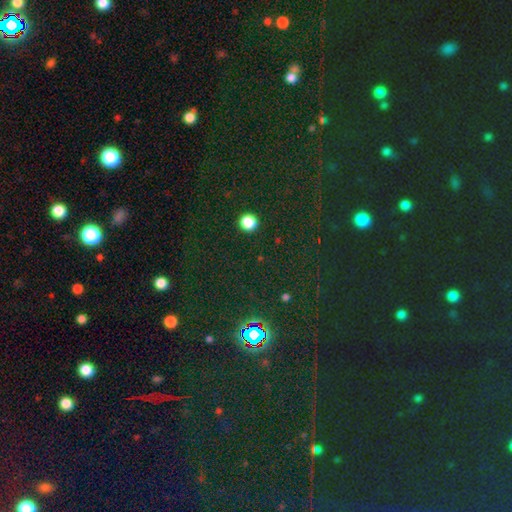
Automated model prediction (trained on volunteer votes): A star or artifact, not a galaxy (75%).

Vote fractions:
- Smooth or featured? star or artifact: 75% / smooth: 17% / featured or disk: 8%